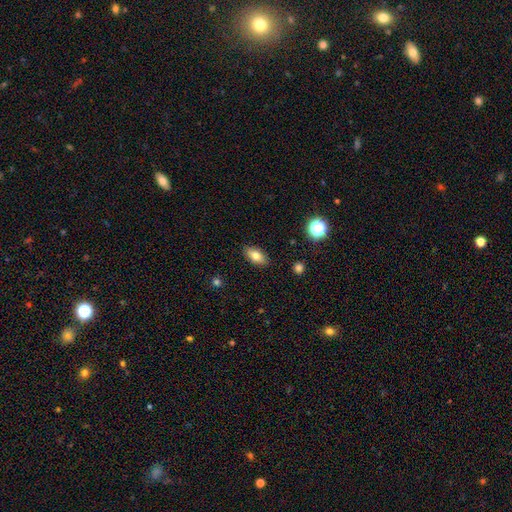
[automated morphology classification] Q: Smooth or featured?
A: smooth (78%); runner-up: featured or disk (13%)
Q: How rounded?
A: in between (87%); runner-up: cigar-shaped (7%)
Q: Merging?
A: none (87%); runner-up: minor disturbance (9%)